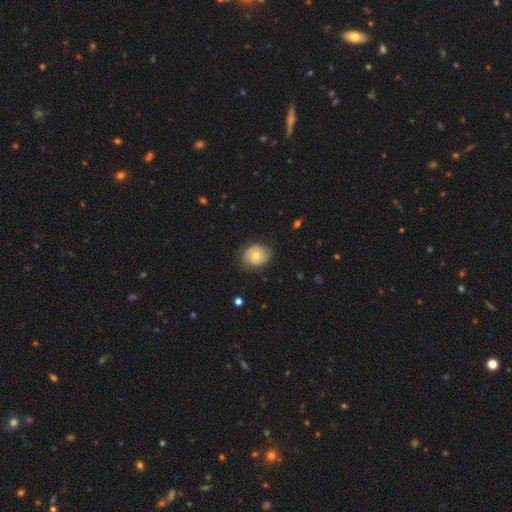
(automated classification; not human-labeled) smooth 46% (tied), featured or disk 46% (tied), star or artifact 7%. Down the decision tree: merging — none (75%).